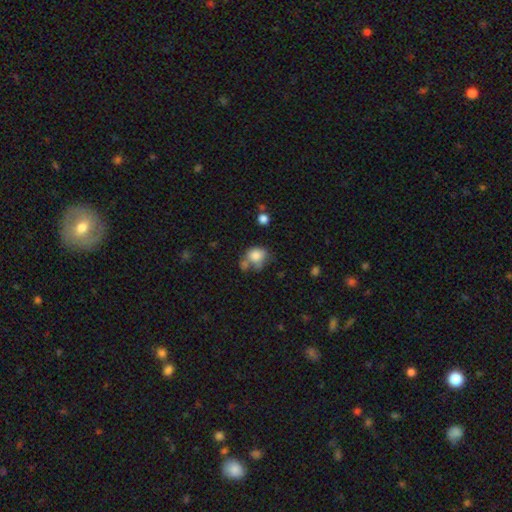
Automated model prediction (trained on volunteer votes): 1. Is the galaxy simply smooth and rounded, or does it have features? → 79% smooth, 11% featured or disk, 9% star or artifact.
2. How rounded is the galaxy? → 58% round, 41% in between, 1% cigar-shaped.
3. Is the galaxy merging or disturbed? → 37% none, 29% merger, 21% minor disturbance, 12% major disturbance.